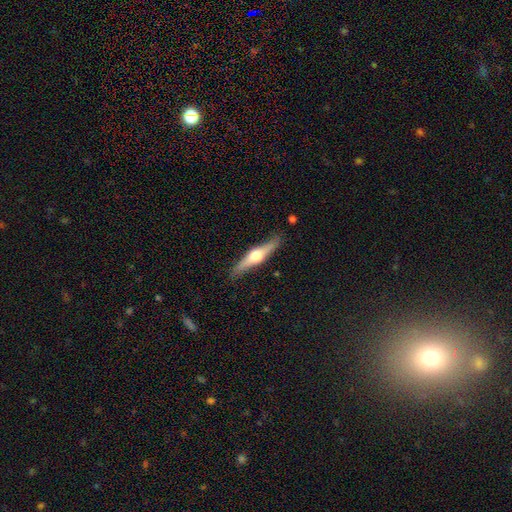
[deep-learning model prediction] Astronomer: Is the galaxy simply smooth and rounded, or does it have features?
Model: featured or disk — 69%.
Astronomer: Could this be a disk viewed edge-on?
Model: yes — 96%.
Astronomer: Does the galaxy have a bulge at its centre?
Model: rounded — 95%.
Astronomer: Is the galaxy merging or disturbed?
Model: none — 86%.